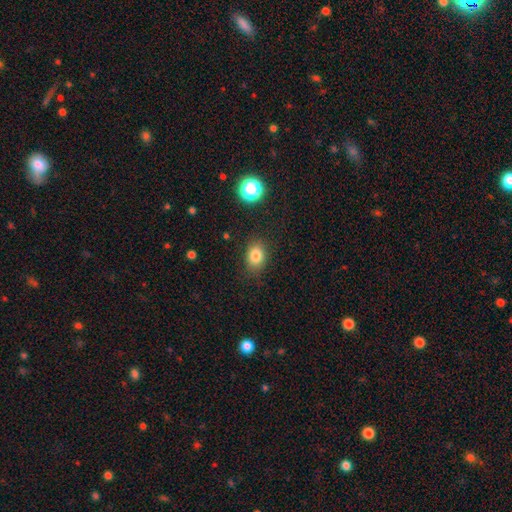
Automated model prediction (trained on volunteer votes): Q: Smooth or featured?
A: smooth (82%); runner-up: star or artifact (11%)
Q: How rounded?
A: in between (67%); runner-up: round (32%)
Q: Merging?
A: none (82%); runner-up: minor disturbance (13%)